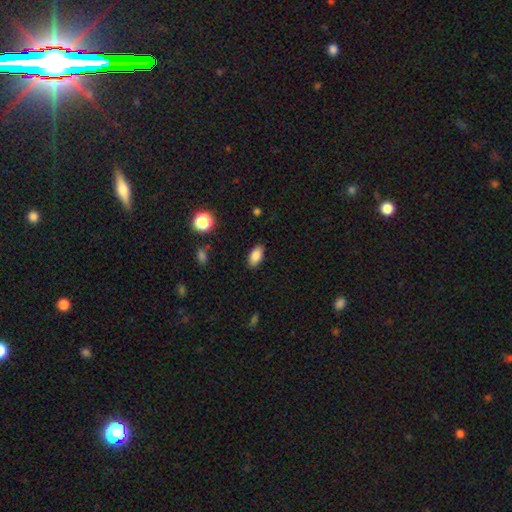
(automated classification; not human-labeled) Smooth or featured? Predicted: smooth (p=0.84). How rounded? Predicted: in between (p=0.91). Merging? Predicted: none (p=0.87).